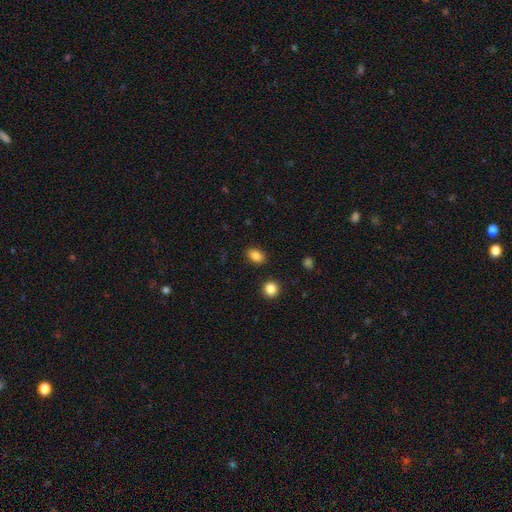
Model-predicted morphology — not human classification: Smooth or featured?
  - smooth: 85% *
  - star or artifact: 10%
  - featured or disk: 5%
How rounded?
  - in between: 81% *
  - round: 17%
  - cigar-shaped: 2%
Merging?
  - none: 87% *
  - minor disturbance: 8%
  - major disturbance: 2%
  - merger: 2%